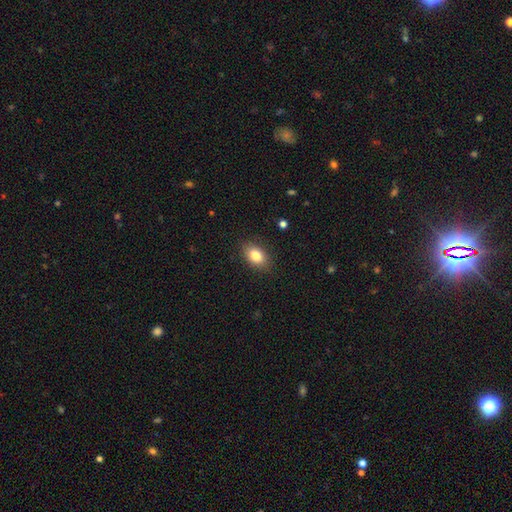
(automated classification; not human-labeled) smooth-or-featured: smooth: 83% | featured or disk: 8% | star or artifact: 8%
  how-rounded: in between: 87% | round: 11% | cigar-shaped: 2%
  merging: none: 85% | minor disturbance: 11% | major disturbance: 3% | merger: 1%